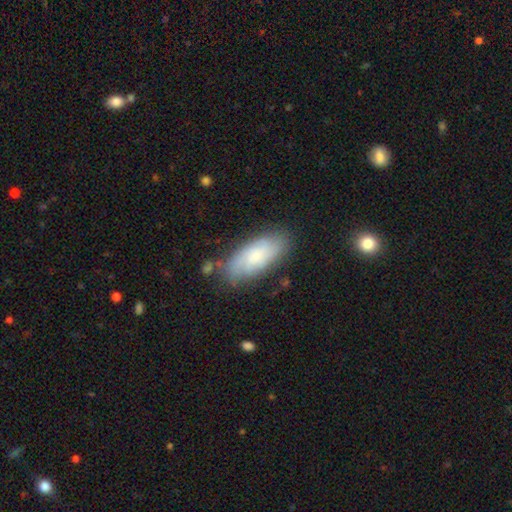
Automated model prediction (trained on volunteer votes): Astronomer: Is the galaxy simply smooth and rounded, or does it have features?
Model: smooth — 61%.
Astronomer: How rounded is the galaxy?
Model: in between — 82%.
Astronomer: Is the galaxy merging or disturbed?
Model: none — 75%.